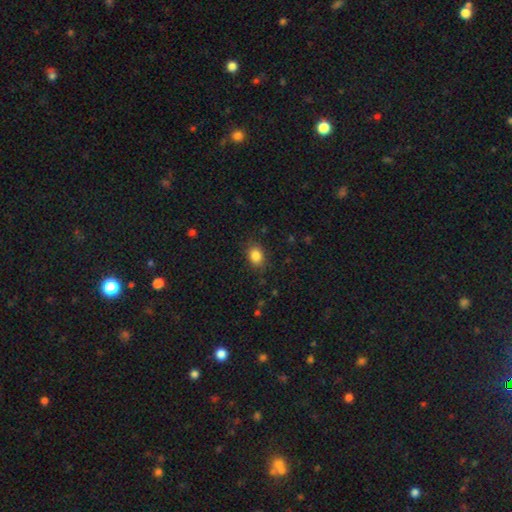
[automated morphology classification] smooth 85%, star or artifact 10%, featured or disk 5%. Down the decision tree: how rounded — in between (59%); merging — none (83%).